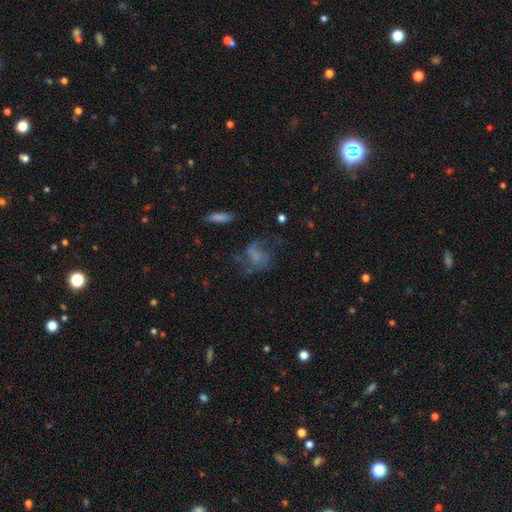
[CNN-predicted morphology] smooth-or-featured: featured or disk: 52% | smooth: 34% | star or artifact: 14%
  disk-edge-on: no: 97% | yes: 3%
    bar: no: 67% | weak: 26% | strong: 7%
    has-spiral-arms: yes: 66% | no: 34%
    bulge-size: none: 57% | small: 19% | moderate: 14% | large: 7% | dominant: 2%
  merging: none: 40% | major disturbance: 36% | minor disturbance: 19% | merger: 4%